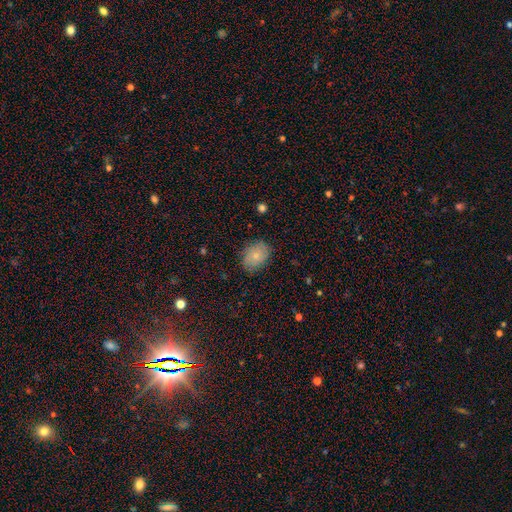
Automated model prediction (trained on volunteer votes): A smooth galaxy with no disk features (76%) that is in between round and cigar-shaped (65%). Merging: none (82%).